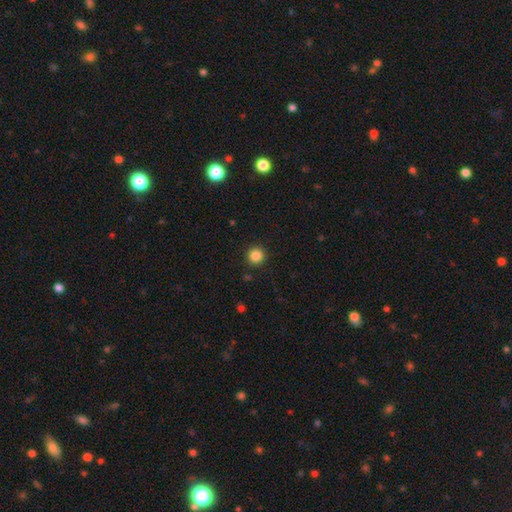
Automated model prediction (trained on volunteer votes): A smooth galaxy with no disk features (85%) that is round (95%).

Vote fractions:
- Smooth or featured? smooth: 85% / star or artifact: 11% / featured or disk: 4%
- How rounded? round: 95% / in between: 5% / cigar-shaped: 1%
- Merging? none: 92% / minor disturbance: 5% / major disturbance: 2% / merger: 1%